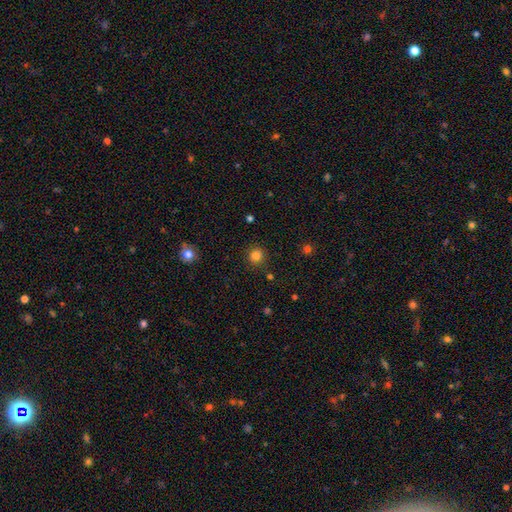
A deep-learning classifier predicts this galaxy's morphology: This appears to be a smooth galaxy with no disk features (83%) that is round (93%). Merging: none (89%).